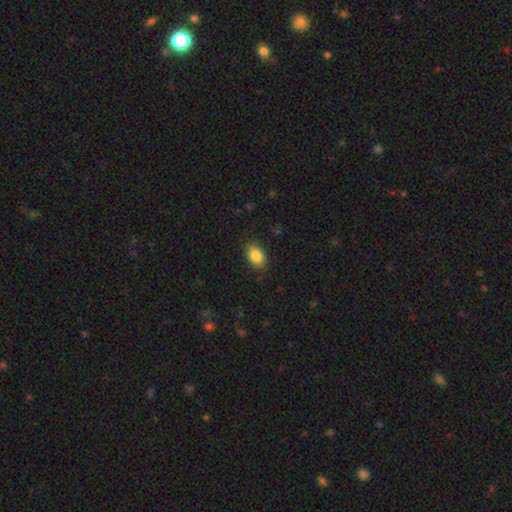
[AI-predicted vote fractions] A smooth galaxy with no disk features (86%) that is in between round and cigar-shaped (88%). Merging: none (86%).